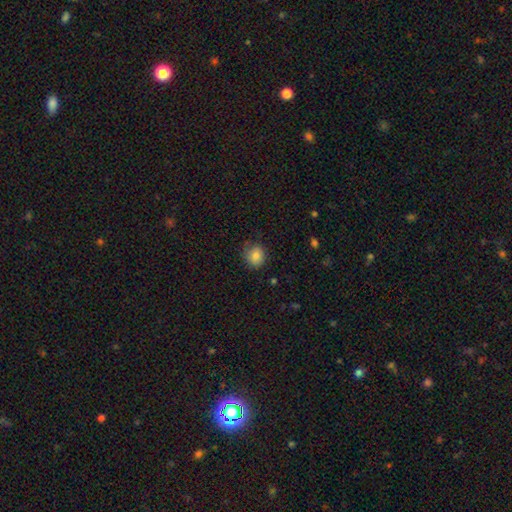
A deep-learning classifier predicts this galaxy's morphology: smooth_or_featured: smooth (p=0.83) [alt: star or artifact p=0.10]
how_rounded: round (p=0.77) [alt: in between p=0.22]
merging: none (p=0.73) [alt: minor disturbance p=0.20]